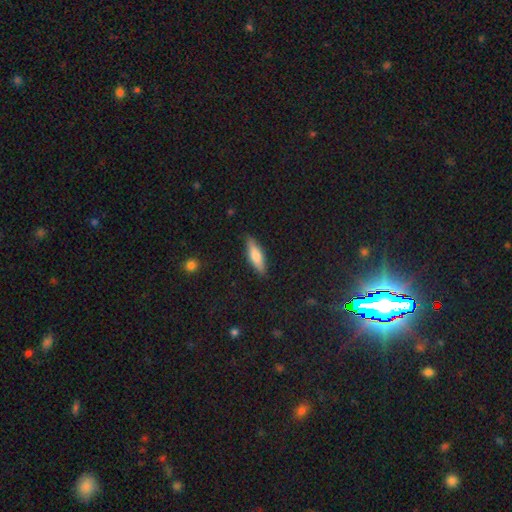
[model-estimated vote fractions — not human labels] This appears to be a smooth galaxy with no disk features (67%) that is cigar-shaped (58%). Merging: none (87%).